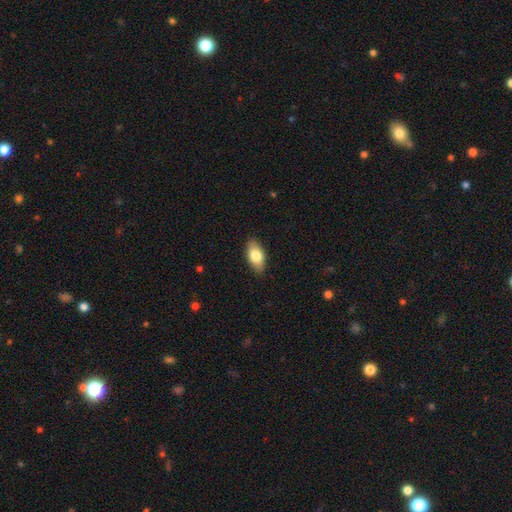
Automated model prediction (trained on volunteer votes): smooth_or_featured: smooth (p=0.78) [alt: featured or disk p=0.16]
how_rounded: in between (p=0.91) [alt: cigar-shaped p=0.05]
merging: none (p=0.86) [alt: minor disturbance p=0.11]